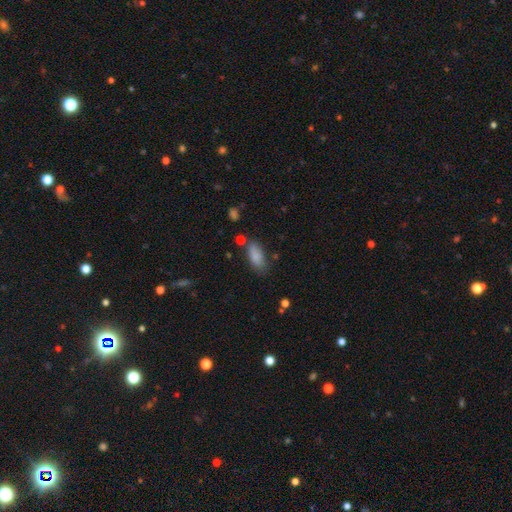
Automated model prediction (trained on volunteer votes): smooth-or-featured: smooth: 84% | star or artifact: 8% | featured or disk: 8%
  how-rounded: in between: 84% | cigar-shaped: 13% | round: 3%
  merging: none: 61% | minor disturbance: 24% | major disturbance: 8% | merger: 7%